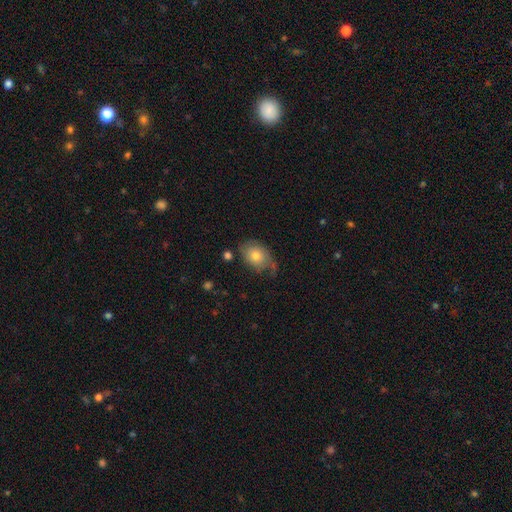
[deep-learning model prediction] smooth 65%, featured or disk 28%, star or artifact 8%. Down the decision tree: how rounded — in between (71%); merging — none (48%).